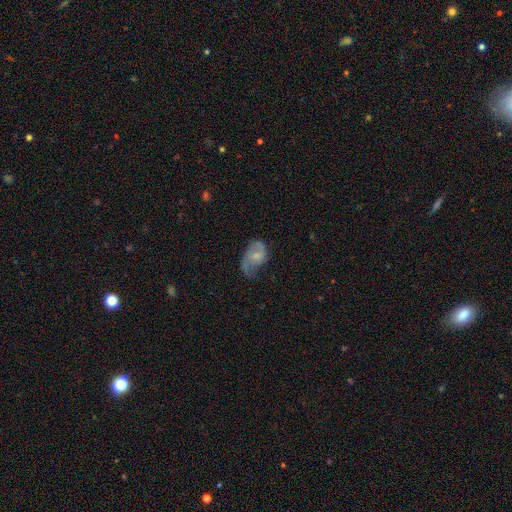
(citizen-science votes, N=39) Volunteers were most divided on "bar": no: 48%, weak: 38%, strong: 14%. Remaining: edge-on disk — no (100%); spiral arms — yes (86%); spiral arm count — 2 (83%); spiral winding — loose (56%); smooth or featured — featured or disk (54%); bulge size — small (52%); merging — major disturbance (49%).